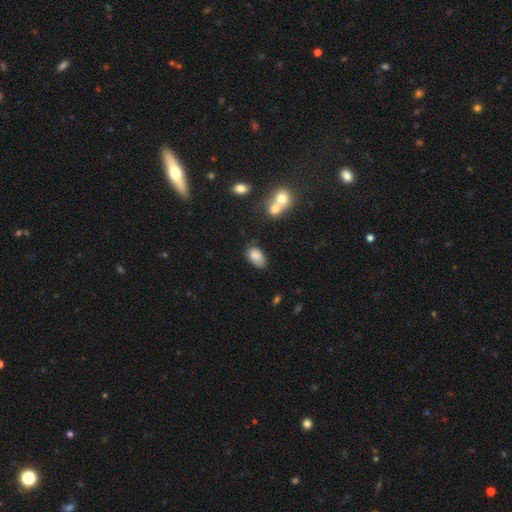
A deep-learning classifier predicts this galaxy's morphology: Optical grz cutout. It shows a smooth galaxy with no disk features (82%) that is in between round and cigar-shaped (93%). Merging: none (56%).